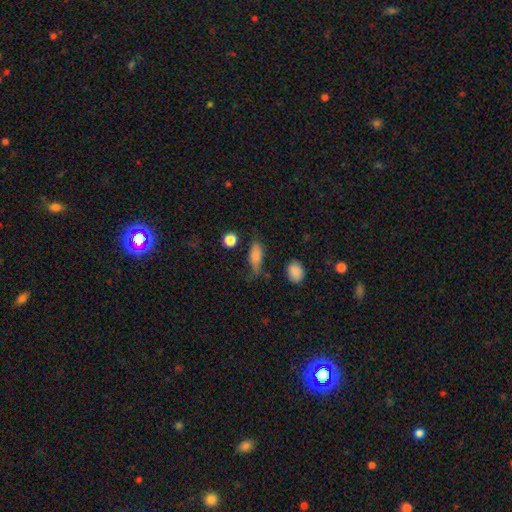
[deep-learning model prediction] This is clearly a smooth galaxy (80%). How rounded: likely in between (71%). Merging: possibly none (50%).